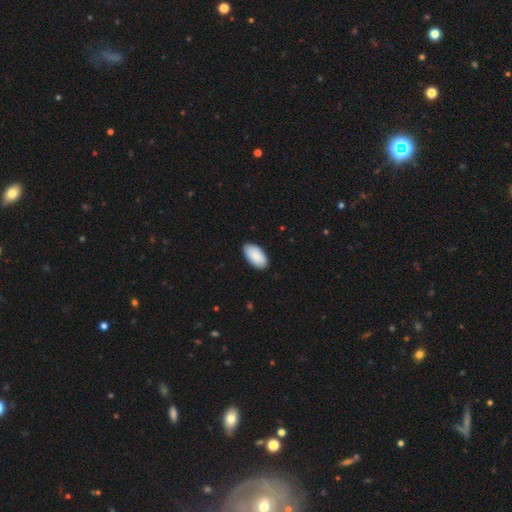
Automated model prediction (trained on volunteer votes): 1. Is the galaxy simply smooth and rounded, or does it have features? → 91% smooth, 5% star or artifact, 4% featured or disk.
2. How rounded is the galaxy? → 97% in between, 2% cigar-shaped, 2% round.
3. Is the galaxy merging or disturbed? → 87% none, 10% minor disturbance, 2% major disturbance, 1% merger.